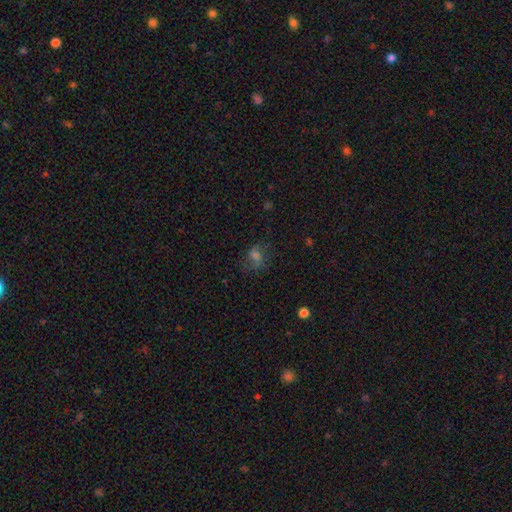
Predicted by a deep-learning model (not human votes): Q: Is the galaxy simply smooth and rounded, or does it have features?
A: smooth — 47%.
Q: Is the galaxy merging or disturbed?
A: none — 59%.